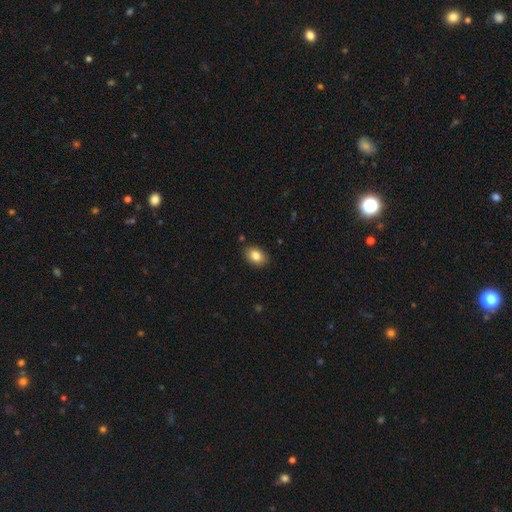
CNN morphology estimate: Overall: smooth (85%). How rounded: in between (78%). Merging: none (87%).